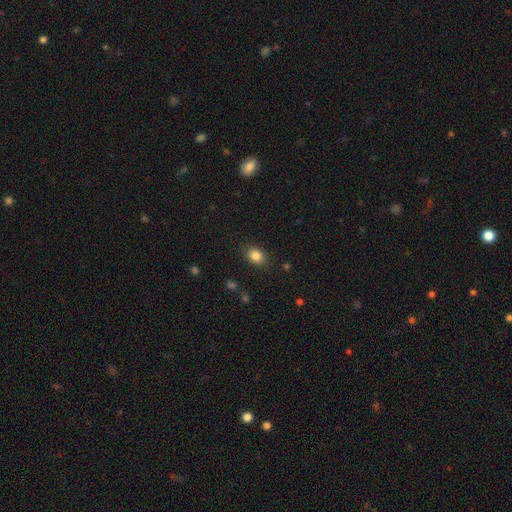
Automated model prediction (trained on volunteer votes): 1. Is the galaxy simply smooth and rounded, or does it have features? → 85% smooth, 10% star or artifact, 5% featured or disk.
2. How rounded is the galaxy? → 61% in between, 38% round, 1% cigar-shaped.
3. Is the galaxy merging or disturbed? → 85% none, 10% minor disturbance, 3% major disturbance, 1% merger.